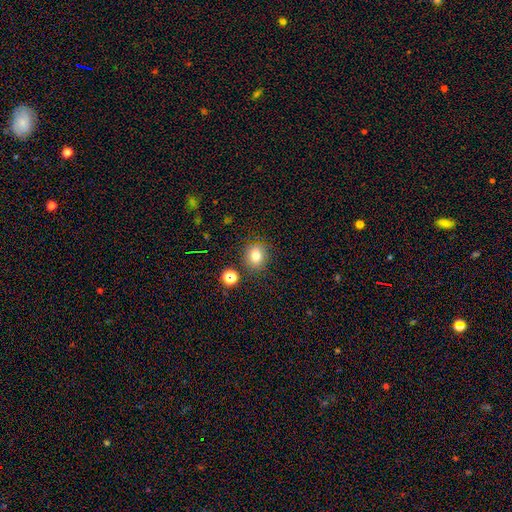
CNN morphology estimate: smooth-or-featured: smooth: 78% | star or artifact: 13% | featured or disk: 8%
  how-rounded: round: 74% | in between: 25% | cigar-shaped: 1%
  merging: none: 82% | minor disturbance: 10% | merger: 5% | major disturbance: 3%